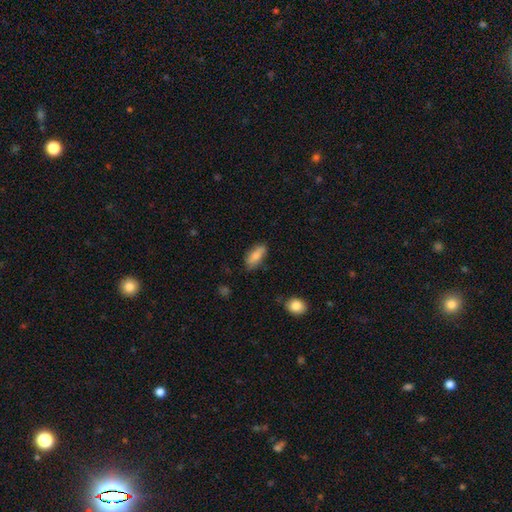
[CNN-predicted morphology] smooth 79%, featured or disk 14%, star or artifact 7%. Down the decision tree: how rounded — in between (85%); merging — none (77%).